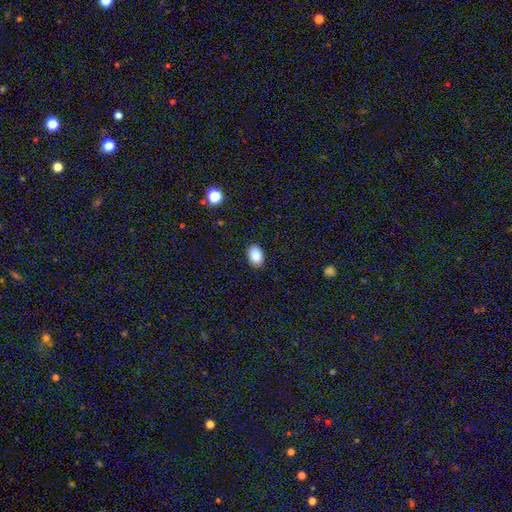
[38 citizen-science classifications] Overall: smooth (95%). How rounded: in between (83%). Merging: none (86%).